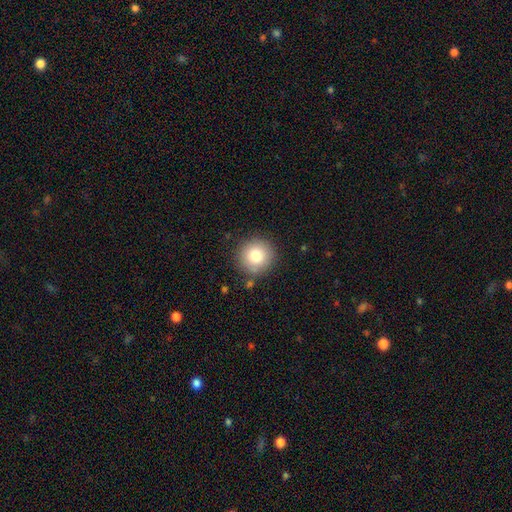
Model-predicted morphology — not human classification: Smooth or featured? smooth (80%)
How rounded? round (94%)
Merging? none (86%)